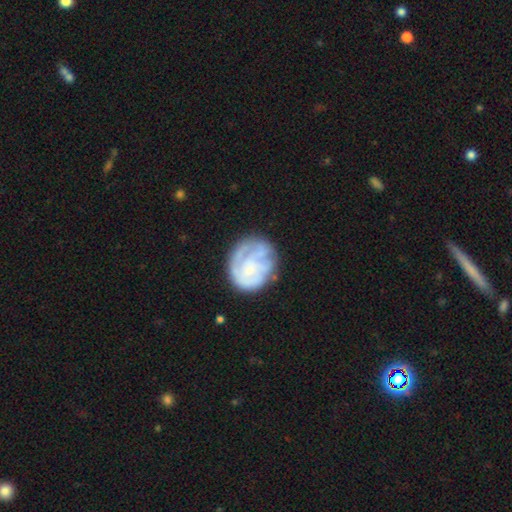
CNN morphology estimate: Smooth or featured? featured or disk (66%)
Edge-on disk? no (98%)
Bar? no (78%)
Spiral arms? yes (75%)
Bulge size? small (45%)
Merging? none (64%)